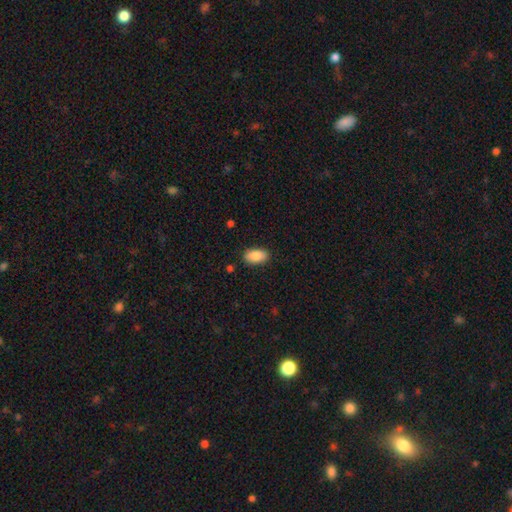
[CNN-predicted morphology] A smooth galaxy with no disk features (88%) that is in between round and cigar-shaped (93%). Merging: none (87%).